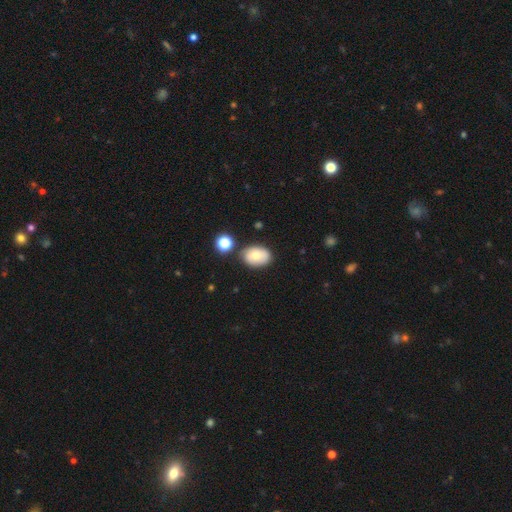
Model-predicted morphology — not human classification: Smooth or featured: smooth — 71% (featured or disk — 19%)
How rounded: in between — 79% (round — 20%)
Merging: none — 77% (minor disturbance — 13%)